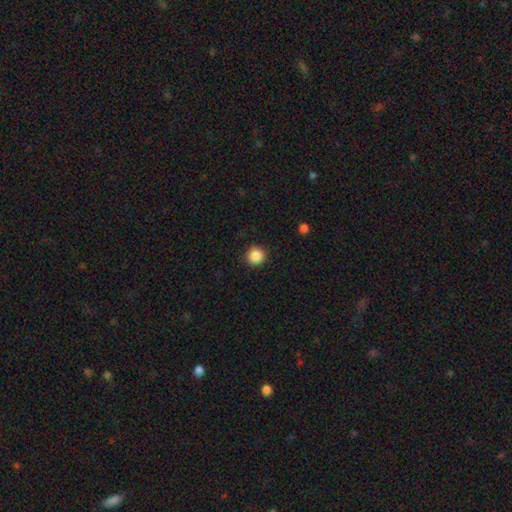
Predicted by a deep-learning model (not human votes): smooth_or_featured: smooth (p=0.87) [alt: star or artifact p=0.10]
how_rounded: round (p=0.93) [alt: in between p=0.06]
merging: none (p=0.91) [alt: minor disturbance p=0.06]